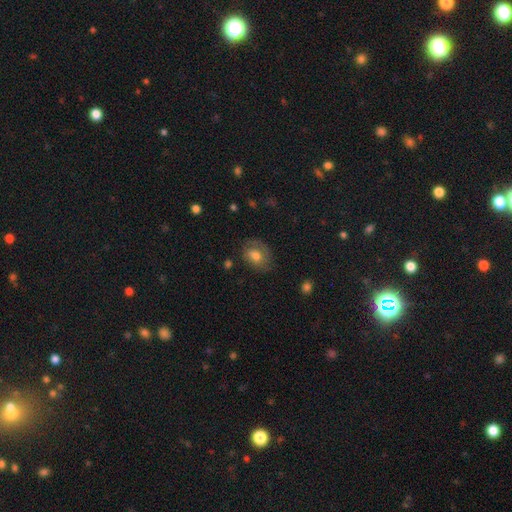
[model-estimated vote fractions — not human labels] Q: Smooth or featured?
A: smooth (63%); runner-up: featured or disk (27%)
Q: How rounded?
A: in between (57%); runner-up: round (42%)
Q: Merging?
A: none (67%); runner-up: minor disturbance (21%)